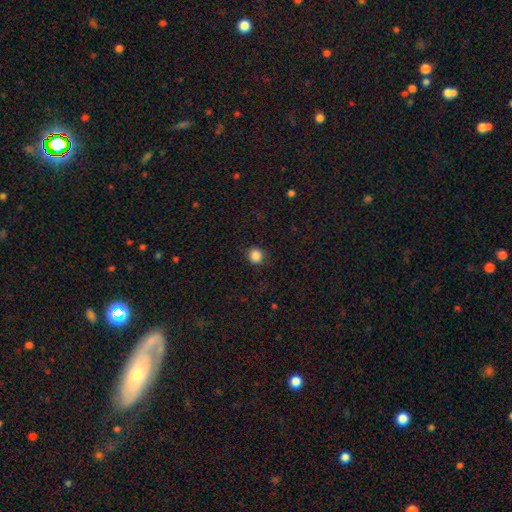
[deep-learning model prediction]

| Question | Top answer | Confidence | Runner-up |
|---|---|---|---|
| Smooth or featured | smooth | 86% | star or artifact (11%) |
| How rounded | round | 91% | in between (8%) |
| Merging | none | 90% | minor disturbance (7%) |